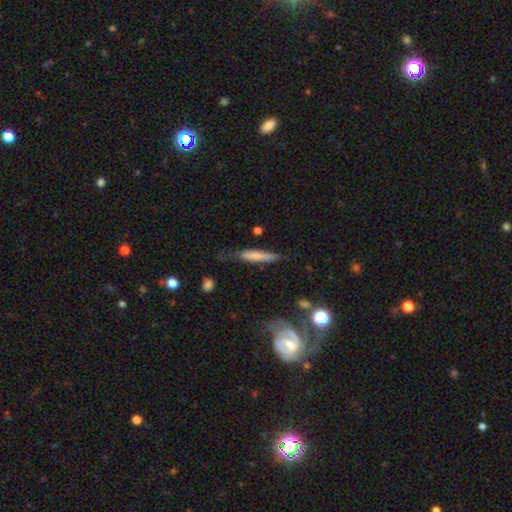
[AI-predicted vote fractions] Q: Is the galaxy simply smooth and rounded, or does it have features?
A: smooth — 65%.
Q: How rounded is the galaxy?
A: cigar-shaped — 87%.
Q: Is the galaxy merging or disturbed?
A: none — 59%.